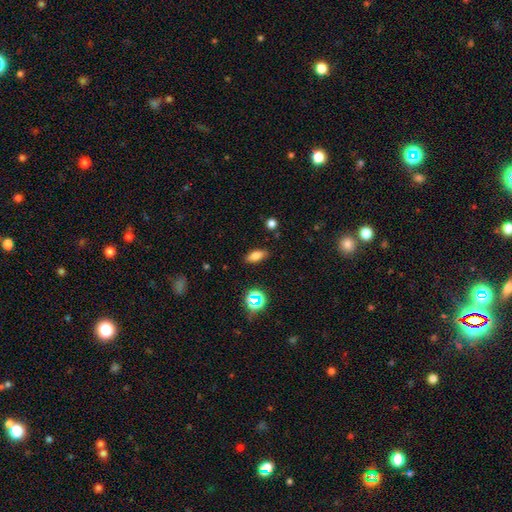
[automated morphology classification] Smooth or featured? smooth (74%)
How rounded? in between (79%)
Merging? none (86%)